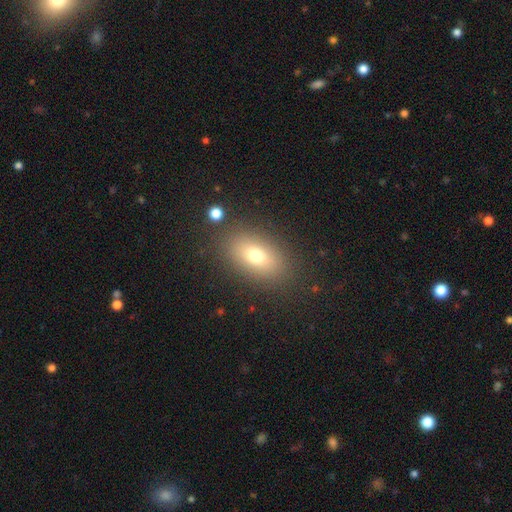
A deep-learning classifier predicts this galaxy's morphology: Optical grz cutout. It shows a smooth galaxy with no disk features (73%) that is in between round and cigar-shaped (84%). Merging: none (84%).